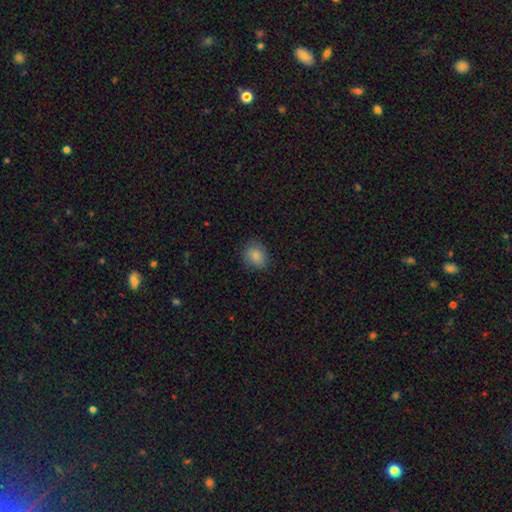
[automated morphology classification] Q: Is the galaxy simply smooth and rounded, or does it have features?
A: smooth — 85%.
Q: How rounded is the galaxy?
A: round — 61%.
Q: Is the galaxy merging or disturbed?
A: none — 81%.